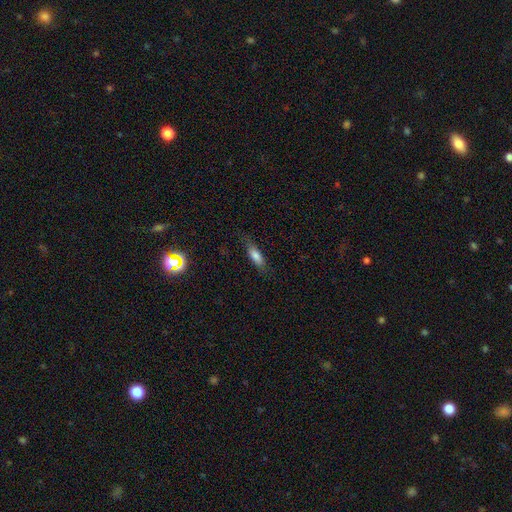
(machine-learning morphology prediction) This is likely a smooth galaxy (74%). How rounded: possibly in between (54%). Merging: likely none (74%).